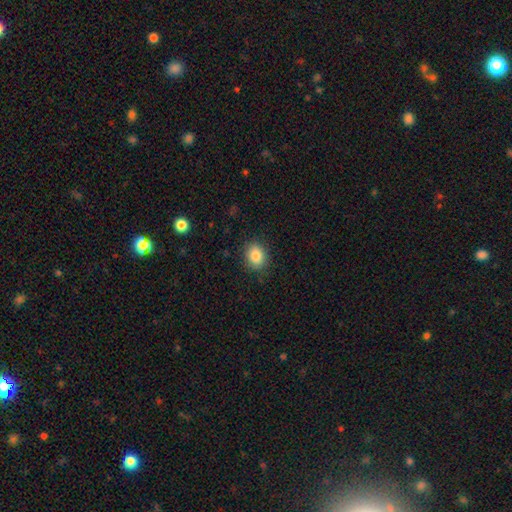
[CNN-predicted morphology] type=smooth (85%); roundness=in between (50%); merging=none (87%).